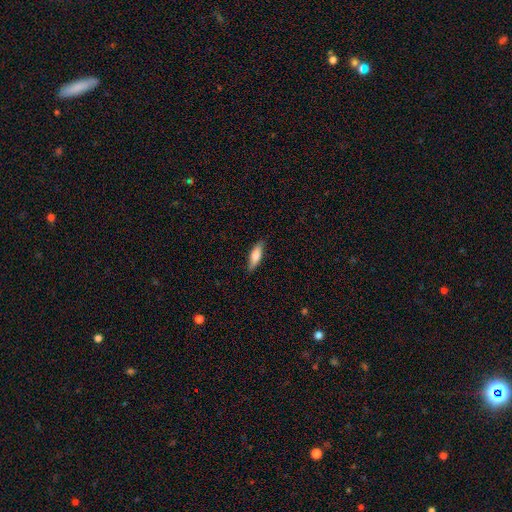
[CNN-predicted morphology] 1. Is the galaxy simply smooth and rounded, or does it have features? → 75% smooth, 19% featured or disk, 6% star or artifact.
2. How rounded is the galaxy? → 51% in between, 47% cigar-shaped, 2% round.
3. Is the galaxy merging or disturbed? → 84% none, 13% minor disturbance, 2% major disturbance, 1% merger.